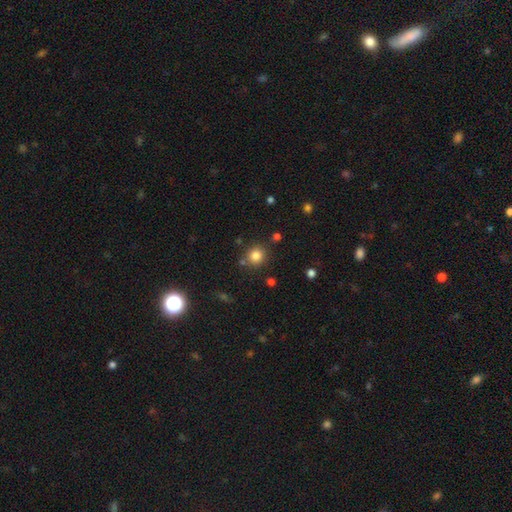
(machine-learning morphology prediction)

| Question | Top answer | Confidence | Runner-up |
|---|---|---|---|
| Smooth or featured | smooth | 82% | star or artifact (13%) |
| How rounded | round | 89% | in between (10%) |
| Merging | none | 81% | minor disturbance (9%) |